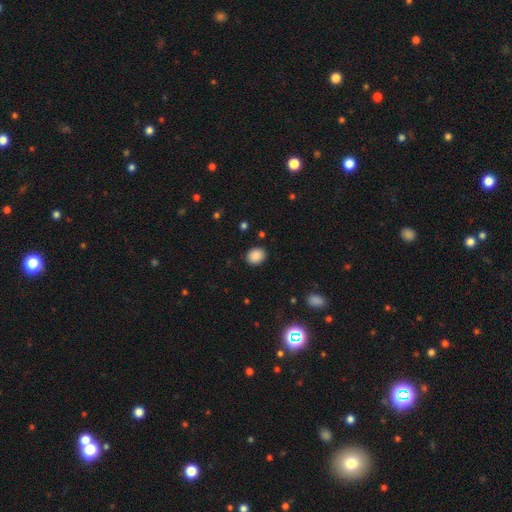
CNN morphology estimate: Q: Smooth or featured?
A: smooth (88%); runner-up: star or artifact (9%)
Q: How rounded?
A: round (56%); runner-up: in between (44%)
Q: Merging?
A: none (89%); runner-up: minor disturbance (8%)